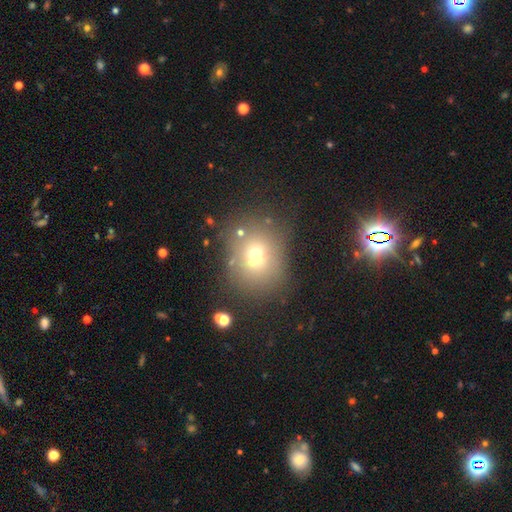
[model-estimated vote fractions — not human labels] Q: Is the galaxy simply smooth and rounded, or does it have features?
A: smooth — 67%.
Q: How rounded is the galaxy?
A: round — 68%.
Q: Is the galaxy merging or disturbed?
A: none — 74%.